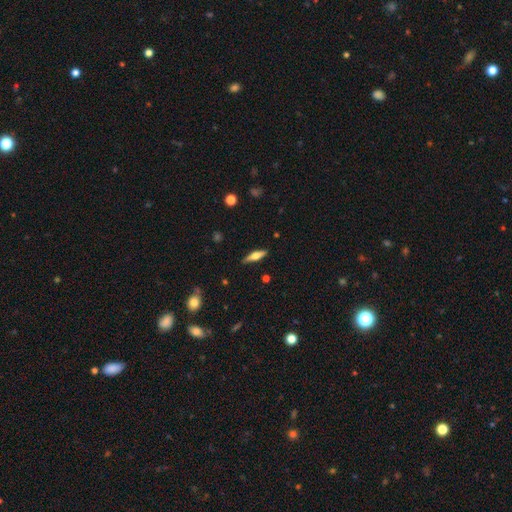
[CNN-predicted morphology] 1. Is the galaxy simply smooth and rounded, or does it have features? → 49% featured or disk, 44% smooth, 6% star or artifact.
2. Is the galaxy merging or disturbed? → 86% none, 10% minor disturbance, 2% major disturbance, 1% merger.